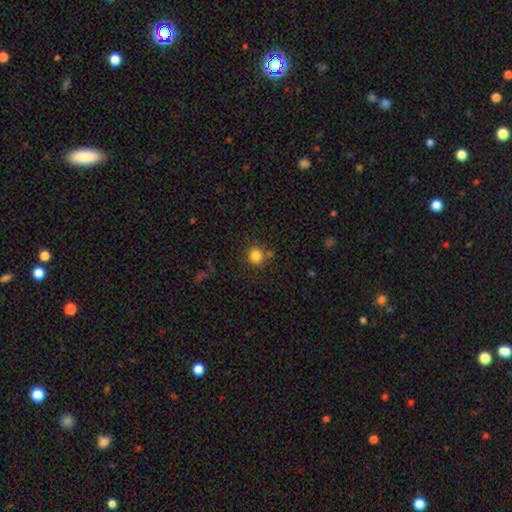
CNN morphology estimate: This appears to be a smooth galaxy with no disk features (83%) that is round (90%). Merging: none (79%).